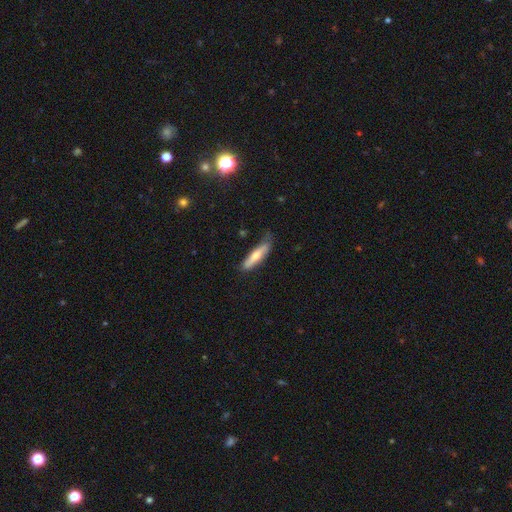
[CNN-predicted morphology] A smooth galaxy with no disk features (58%) that is cigar-shaped (78%). Merging: none (66%).